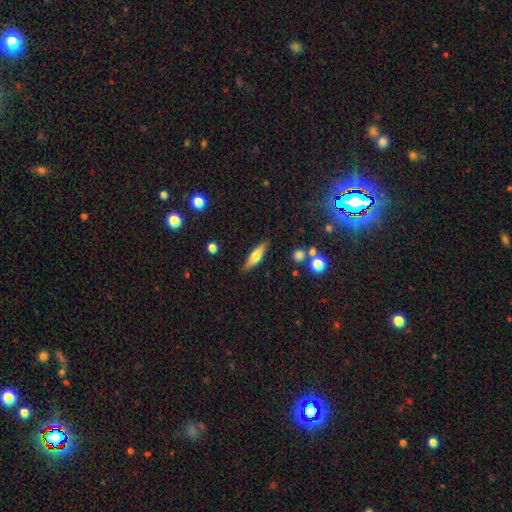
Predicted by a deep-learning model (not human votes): The model was most divided on "smooth or featured": featured or disk: 47%, smooth: 46%, star or artifact: 7%. More confident: merging — none (86%).